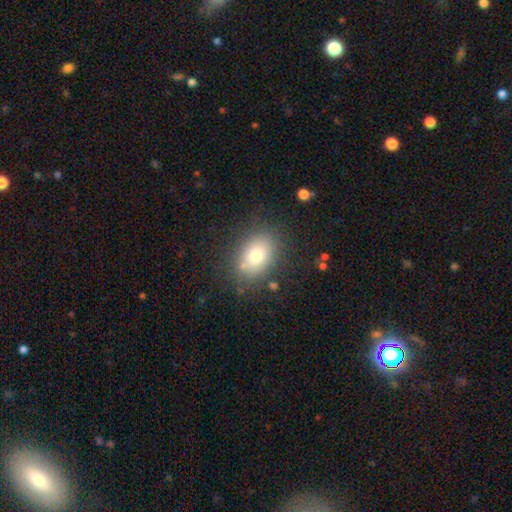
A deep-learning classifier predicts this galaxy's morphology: A smooth galaxy with no disk features (77%) that is in between round and cigar-shaped (72%).

Vote fractions:
- Smooth or featured? smooth: 77% / featured or disk: 13% / star or artifact: 10%
- How rounded? in between: 72% / round: 26% / cigar-shaped: 1%
- Merging? none: 78% / minor disturbance: 13% / major disturbance: 5% / merger: 4%